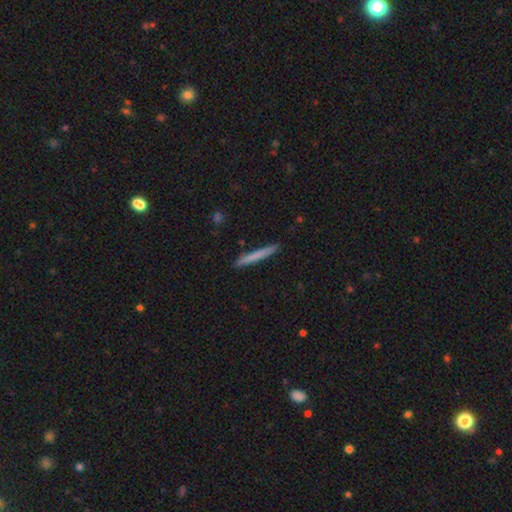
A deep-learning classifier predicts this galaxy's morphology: This is likely a smooth galaxy (71%). How rounded: clearly cigar-shaped (97%). Merging: clearly none (91%).